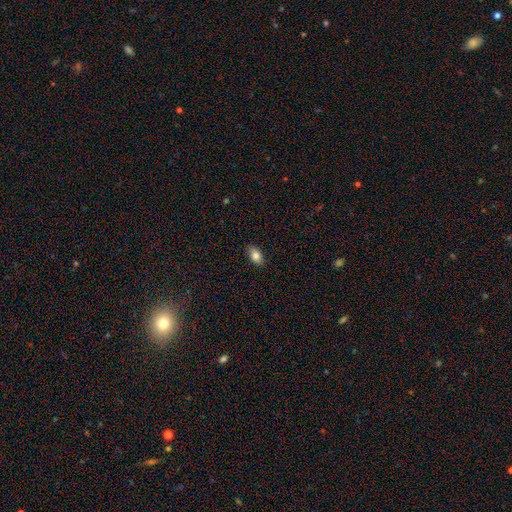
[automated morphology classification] A smooth galaxy with no disk features (83%) that is in between round and cigar-shaped (90%).

Vote fractions:
- Smooth or featured? smooth: 83% / featured or disk: 9% / star or artifact: 8%
- How rounded? in between: 90% / round: 8% / cigar-shaped: 2%
- Merging? none: 88% / minor disturbance: 10% / major disturbance: 2% / merger: 1%